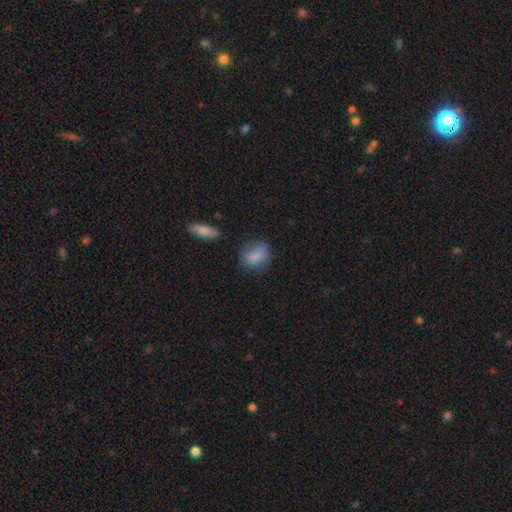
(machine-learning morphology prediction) smooth-or-featured: smooth: 84% | star or artifact: 8% | featured or disk: 8%
  how-rounded: in between: 70% | round: 28% | cigar-shaped: 3%
  merging: none: 67% | minor disturbance: 23% | major disturbance: 7% | merger: 3%